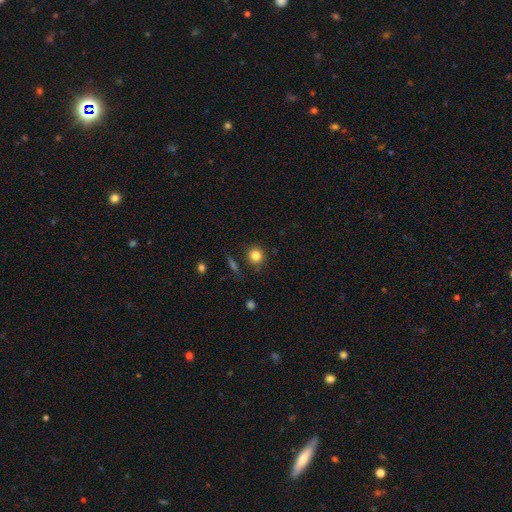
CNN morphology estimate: A smooth galaxy with no disk features (83%) that is round (90%).

Vote fractions:
- Smooth or featured? smooth: 83% / star or artifact: 11% / featured or disk: 6%
- How rounded? round: 90% / in between: 9% / cigar-shaped: 1%
- Merging? none: 85% / minor disturbance: 10% / major disturbance: 3% / merger: 3%